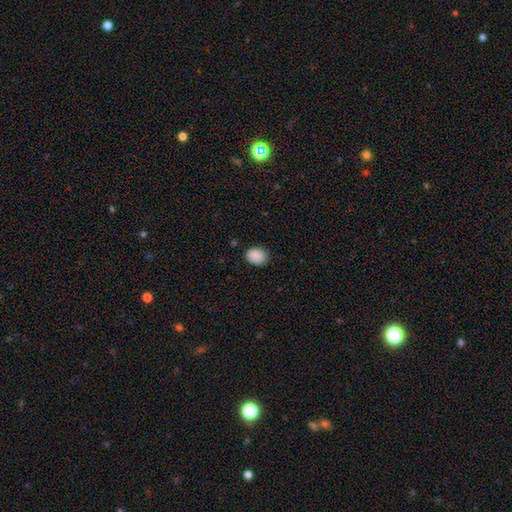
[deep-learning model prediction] A smooth galaxy with no disk features (89%) that is in between round and cigar-shaped (58%).

Vote fractions:
- Smooth or featured? smooth: 89% / star or artifact: 8% / featured or disk: 4%
- How rounded? in between: 58% / round: 41% / cigar-shaped: 1%
- Merging? none: 81% / minor disturbance: 15% / major disturbance: 3% / merger: 1%